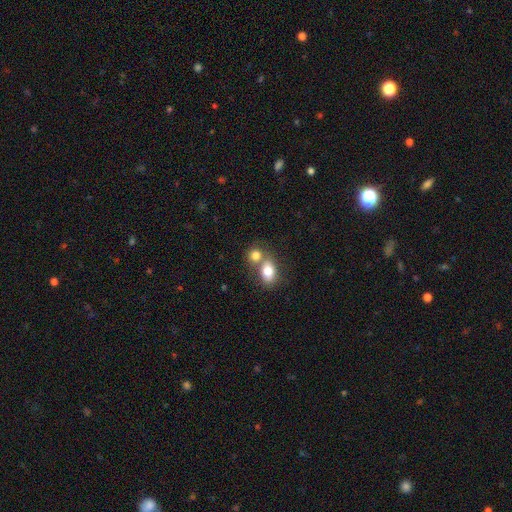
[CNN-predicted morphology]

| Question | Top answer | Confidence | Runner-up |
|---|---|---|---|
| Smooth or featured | smooth | 78% | featured or disk (12%) |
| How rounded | in between | 51% | round (48%) |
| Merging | merger | 56% | none (33%) |